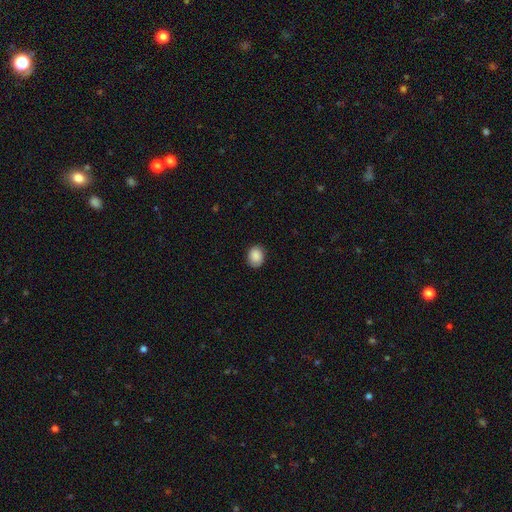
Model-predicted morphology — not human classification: This appears to be a smooth galaxy with no disk features (86%) that is in between round and cigar-shaped (52%). Merging: none (85%).